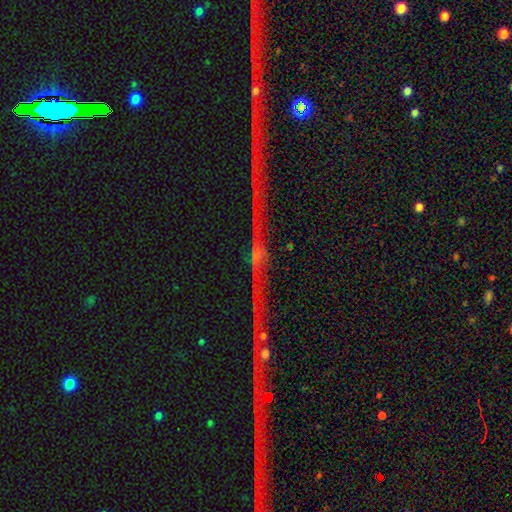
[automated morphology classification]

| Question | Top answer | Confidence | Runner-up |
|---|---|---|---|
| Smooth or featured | star or artifact | 71% | featured or disk (21%) |